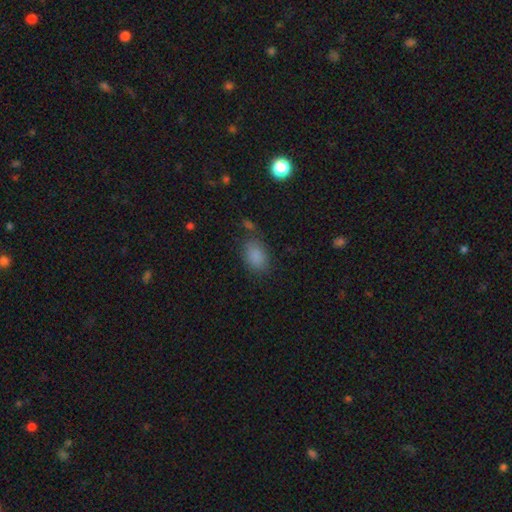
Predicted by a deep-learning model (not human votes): smooth 86%, star or artifact 10%, featured or disk 4%. Down the decision tree: how rounded — in between (88%); merging — none (77%).